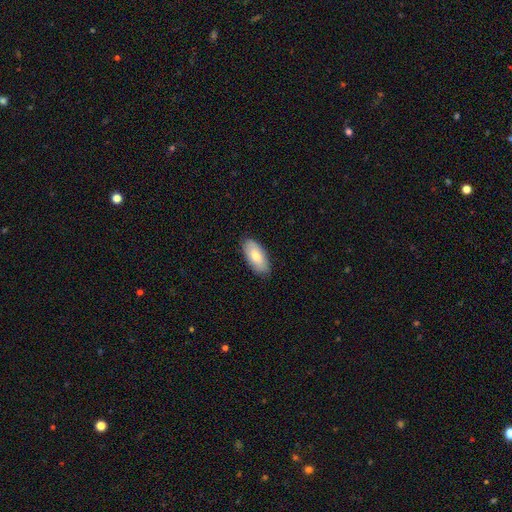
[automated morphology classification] This is likely a smooth galaxy (77%). How rounded: clearly in between (91%). Merging: clearly none (85%).